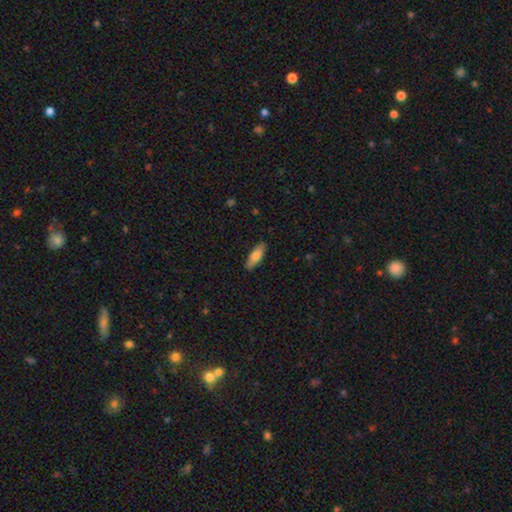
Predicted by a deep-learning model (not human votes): The model was most divided on "how rounded": in between: 60%, cigar-shaped: 38%, round: 2%. More confident: merging — none (87%); smooth or featured — smooth (79%).